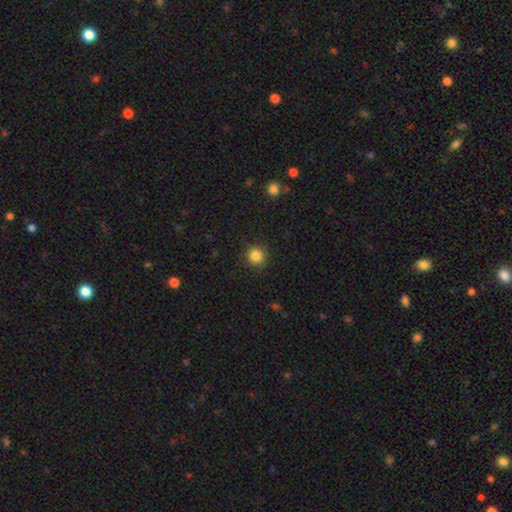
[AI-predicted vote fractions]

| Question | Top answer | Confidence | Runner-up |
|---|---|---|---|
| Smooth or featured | smooth | 85% | star or artifact (11%) |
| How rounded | round | 91% | in between (8%) |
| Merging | none | 89% | minor disturbance (7%) |